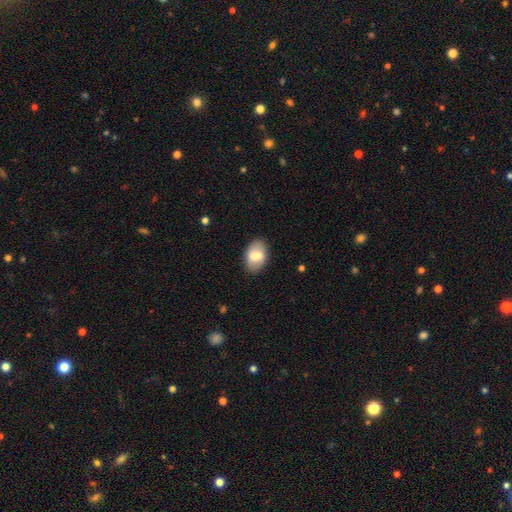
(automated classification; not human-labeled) Smooth or featured: smooth — 73% (featured or disk — 20%)
How rounded: in between — 88% (round — 11%)
Merging: none — 83% (minor disturbance — 12%)